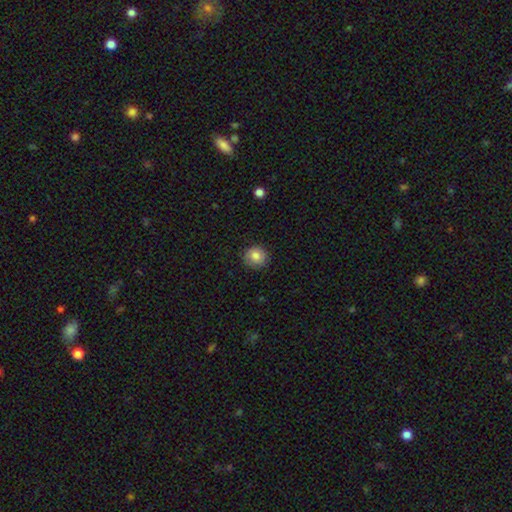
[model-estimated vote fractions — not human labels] smooth_or_featured: smooth (p=0.83) [alt: star or artifact p=0.09]
how_rounded: round (p=0.89) [alt: in between p=0.10]
merging: none (p=0.89) [alt: minor disturbance p=0.08]